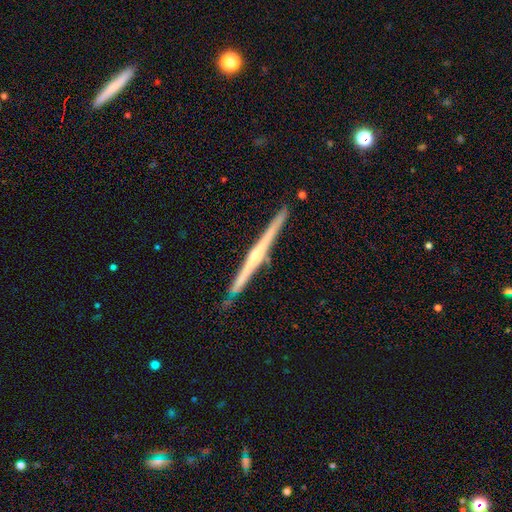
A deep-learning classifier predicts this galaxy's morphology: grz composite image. It shows a featured or disk galaxy (81%) viewed edge-on (99%) with a rounded central bulge (71%). Merging: none (90%).